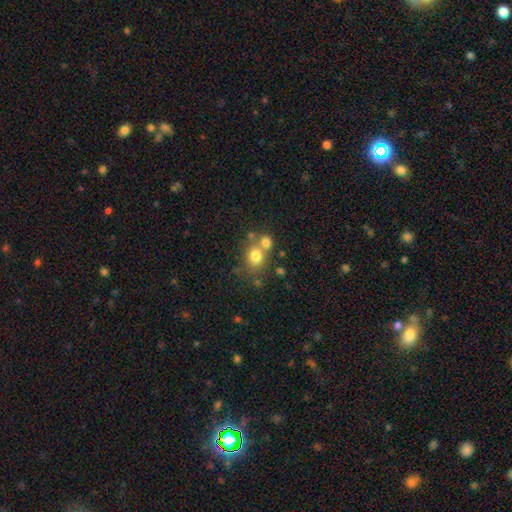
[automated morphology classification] smooth 74%, star or artifact 13%, featured or disk 13%. Down the decision tree: how rounded — round (72%); merging — none (48%).